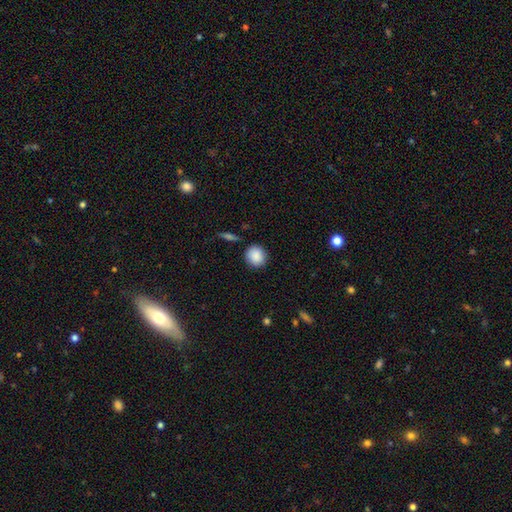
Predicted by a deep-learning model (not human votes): smooth-or-featured: smooth: 89% | star or artifact: 7% | featured or disk: 4%
  how-rounded: round: 88% | in between: 11% | cigar-shaped: 1%
  merging: none: 87% | minor disturbance: 9% | major disturbance: 2% | merger: 2%